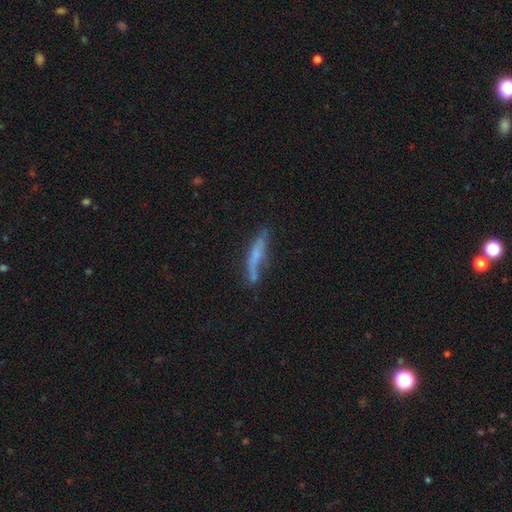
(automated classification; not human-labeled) Overall: smooth (47%; featured or disk 43%). Merging: none (54%; minor disturbance 27%).